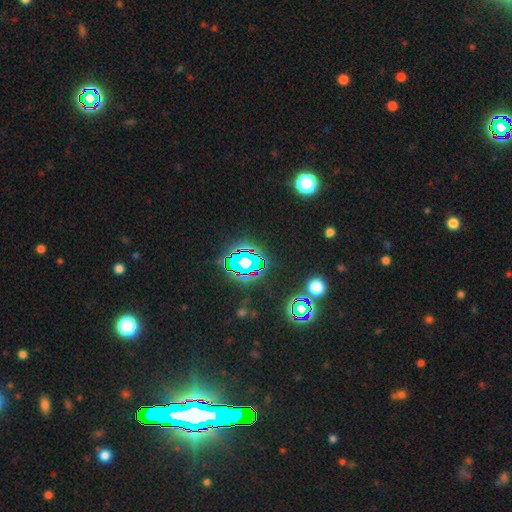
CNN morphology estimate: Q: Smooth or featured?
A: star or artifact (73%); runner-up: smooth (16%)